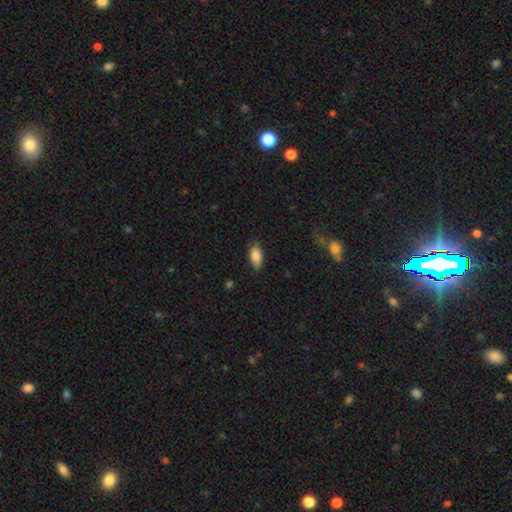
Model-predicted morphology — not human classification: Smooth or featured?
  - smooth: 85% *
  - featured or disk: 8%
  - star or artifact: 7%
How rounded?
  - in between: 91% *
  - cigar-shaped: 6%
  - round: 3%
Merging?
  - none: 80% *
  - minor disturbance: 16%
  - major disturbance: 3%
  - merger: 1%